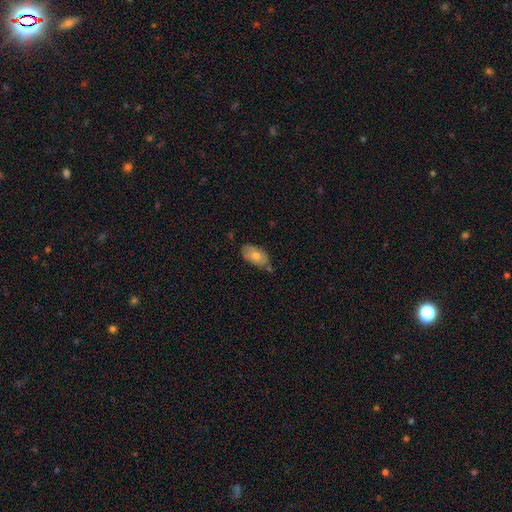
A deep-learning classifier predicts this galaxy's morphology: Smooth or featured? Predicted: smooth (p=0.67). How rounded? Predicted: in between (p=0.92). Merging? Predicted: none (p=0.66).